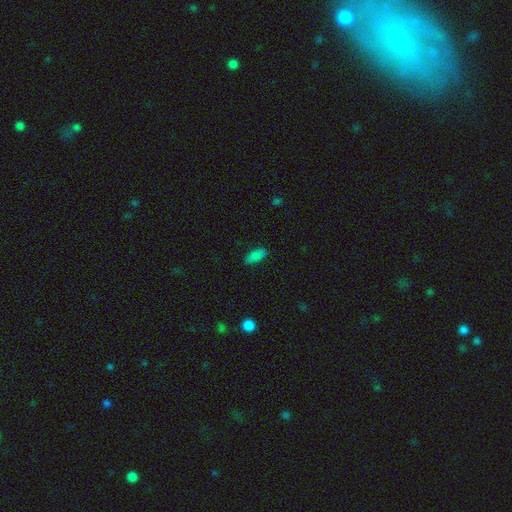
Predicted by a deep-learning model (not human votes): Overall: smooth (85%). How rounded: in between (83%). Merging: none (83%).